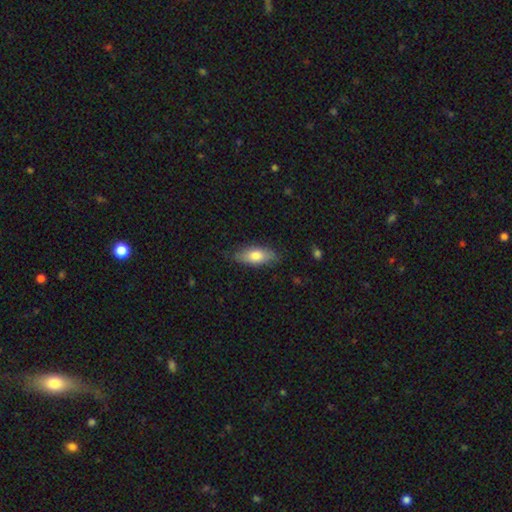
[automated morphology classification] Smooth or featured? smooth (74%)
How rounded? in between (80%)
Merging? none (79%)